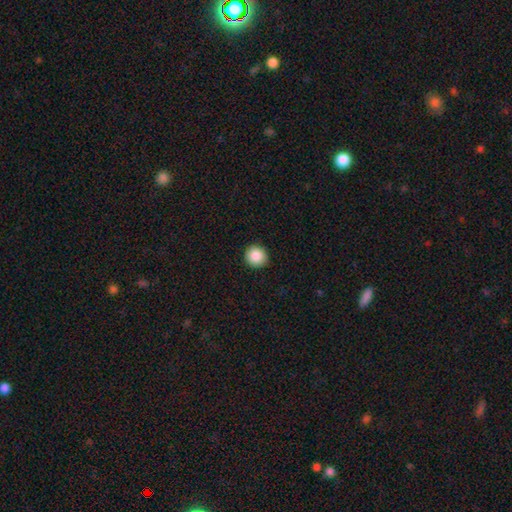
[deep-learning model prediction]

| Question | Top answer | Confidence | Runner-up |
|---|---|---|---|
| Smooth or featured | smooth | 88% | star or artifact (8%) |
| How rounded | round | 92% | in between (7%) |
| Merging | none | 92% | minor disturbance (6%) |